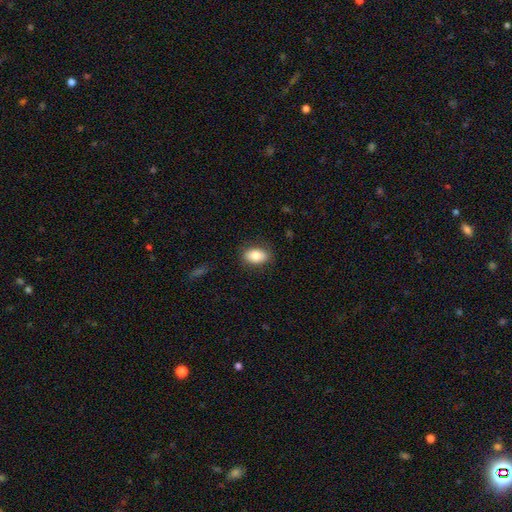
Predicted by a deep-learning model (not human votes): Q: Smooth or featured?
A: smooth (83%); runner-up: featured or disk (9%)
Q: How rounded?
A: in between (85%); runner-up: round (14%)
Q: Merging?
A: none (85%); runner-up: minor disturbance (11%)